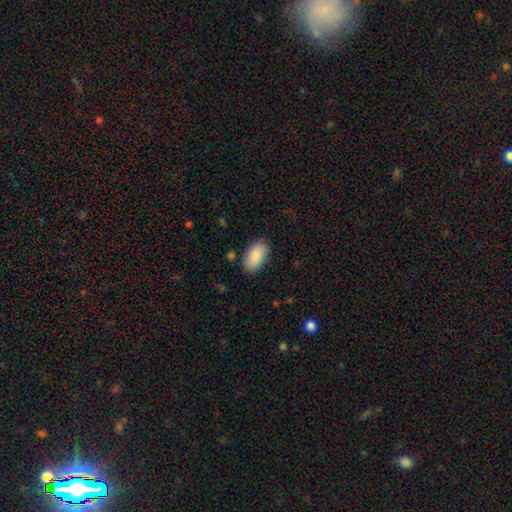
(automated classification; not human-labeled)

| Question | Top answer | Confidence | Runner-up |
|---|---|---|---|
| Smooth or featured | smooth | 86% | featured or disk (8%) |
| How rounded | in between | 95% | round (3%) |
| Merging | none | 85% | minor disturbance (11%) |